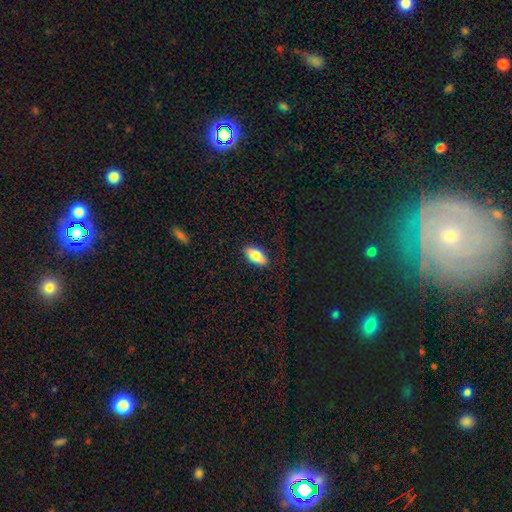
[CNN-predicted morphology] Smooth or featured?
  - smooth: 78% *
  - featured or disk: 15%
  - star or artifact: 7%
How rounded?
  - in between: 86% *
  - cigar-shaped: 11%
  - round: 3%
Merging?
  - none: 88% *
  - minor disturbance: 9%
  - major disturbance: 2%
  - merger: 1%